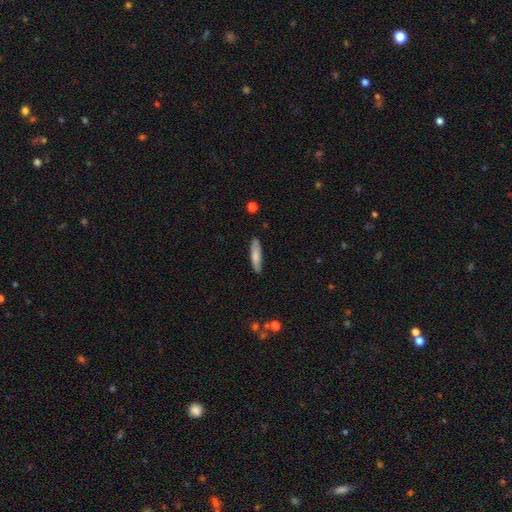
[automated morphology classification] Smooth or featured: smooth — 76% (featured or disk — 18%)
How rounded: cigar-shaped — 79% (in between — 19%)
Merging: none — 86% (minor disturbance — 11%)